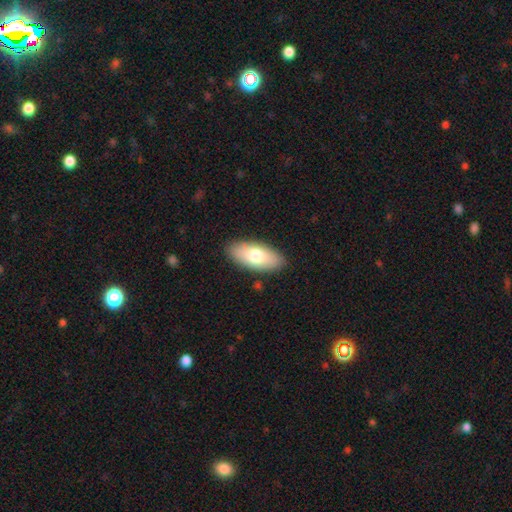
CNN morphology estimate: A smooth galaxy with no disk features (73%) that is in between round and cigar-shaped (88%). Merging: none (88%).